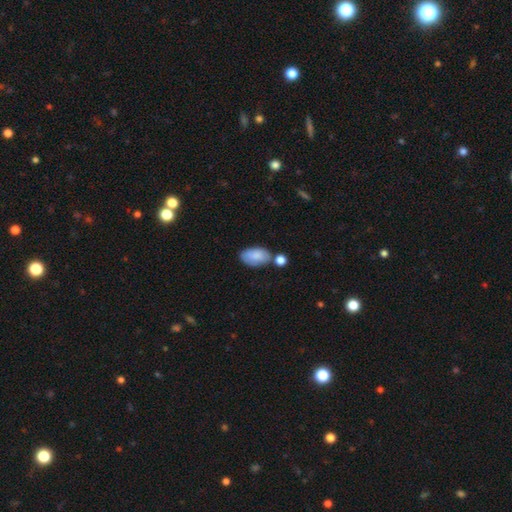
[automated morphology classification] Smooth or featured?
  - smooth: 81% *
  - featured or disk: 13%
  - star or artifact: 6%
How rounded?
  - in between: 94% *
  - round: 4%
  - cigar-shaped: 2%
Merging?
  - none: 55% *
  - minor disturbance: 21%
  - merger: 18%
  - major disturbance: 6%